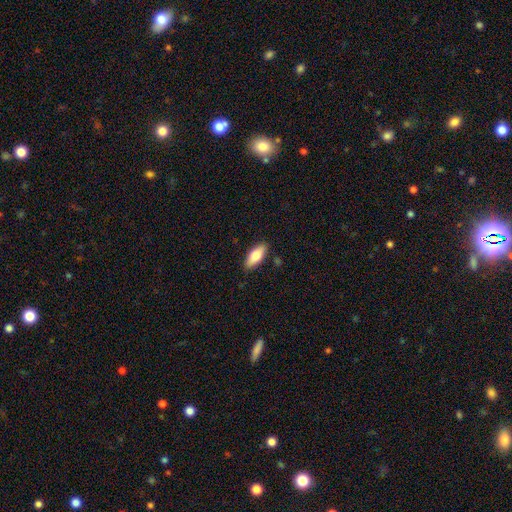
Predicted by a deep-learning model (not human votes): Smooth or featured?
  - smooth: 71% *
  - featured or disk: 23%
  - star or artifact: 6%
How rounded?
  - in between: 77% *
  - cigar-shaped: 21%
  - round: 2%
Merging?
  - none: 86% *
  - minor disturbance: 10%
  - major disturbance: 2%
  - merger: 2%